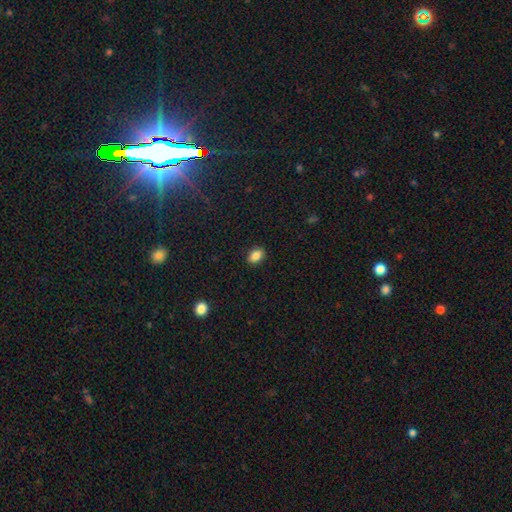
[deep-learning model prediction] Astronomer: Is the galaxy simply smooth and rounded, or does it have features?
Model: smooth — 86%.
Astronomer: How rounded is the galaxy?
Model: in between — 82%.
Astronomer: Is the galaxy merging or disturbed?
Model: none — 89%.